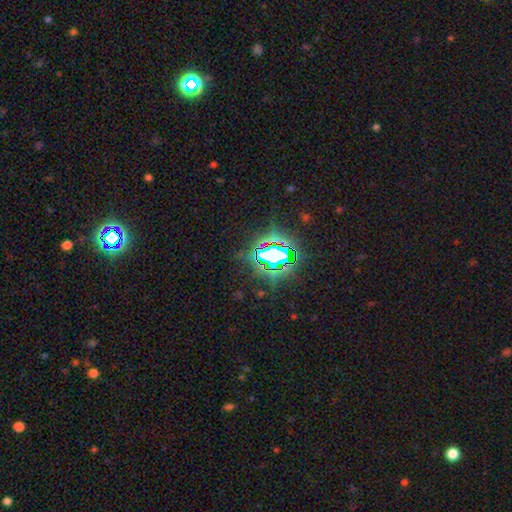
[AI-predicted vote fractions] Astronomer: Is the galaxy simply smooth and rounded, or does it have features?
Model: star or artifact — 77%.